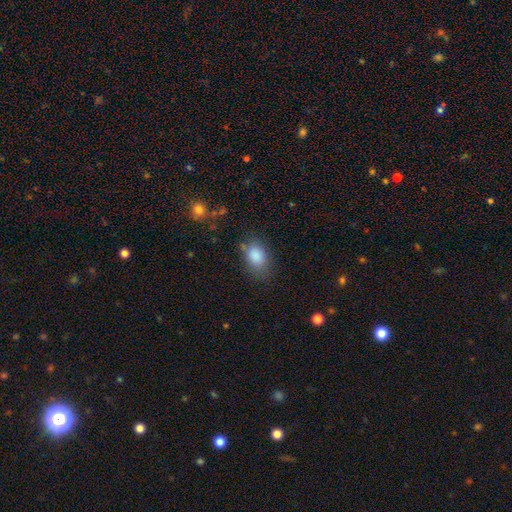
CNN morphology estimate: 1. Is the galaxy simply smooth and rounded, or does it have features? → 86% smooth, 9% star or artifact, 6% featured or disk.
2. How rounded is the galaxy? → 80% in between, 18% round, 1% cigar-shaped.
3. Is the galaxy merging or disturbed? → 67% none, 23% minor disturbance, 8% major disturbance, 3% merger.